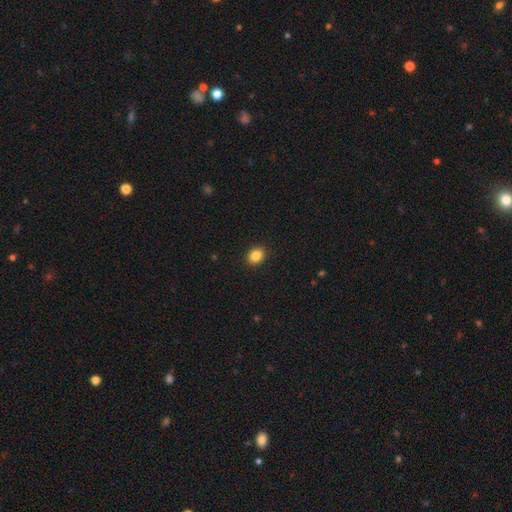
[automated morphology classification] This is clearly a smooth galaxy (86%). How rounded: possibly round (55%). Merging: clearly none (91%).